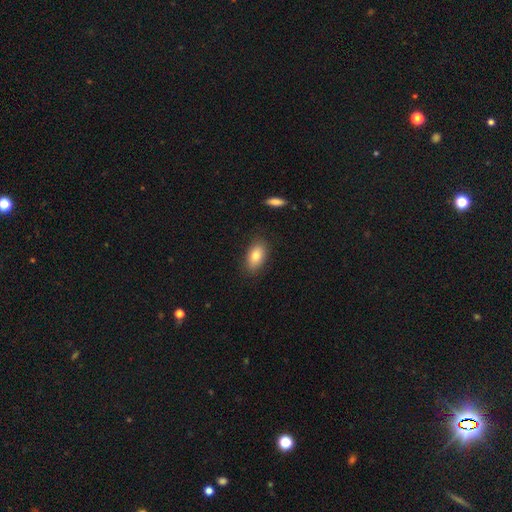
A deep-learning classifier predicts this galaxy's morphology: Q: Smooth or featured?
A: smooth (79%); runner-up: featured or disk (13%)
Q: How rounded?
A: in between (90%); runner-up: round (7%)
Q: Merging?
A: none (85%); runner-up: minor disturbance (11%)